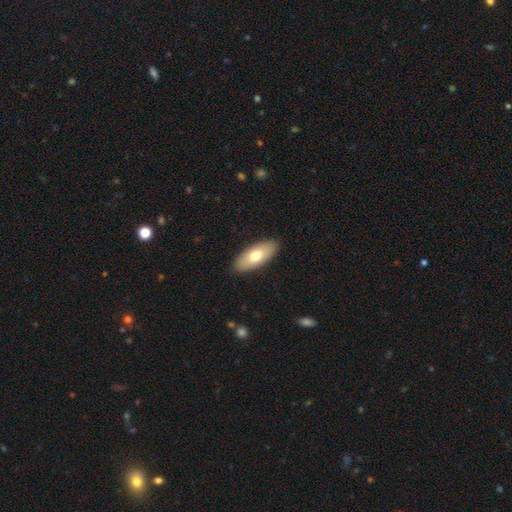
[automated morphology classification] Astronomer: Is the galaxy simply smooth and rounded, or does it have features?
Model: smooth — 70%.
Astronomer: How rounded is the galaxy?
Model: in between — 85%.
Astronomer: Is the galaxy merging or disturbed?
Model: none — 89%.